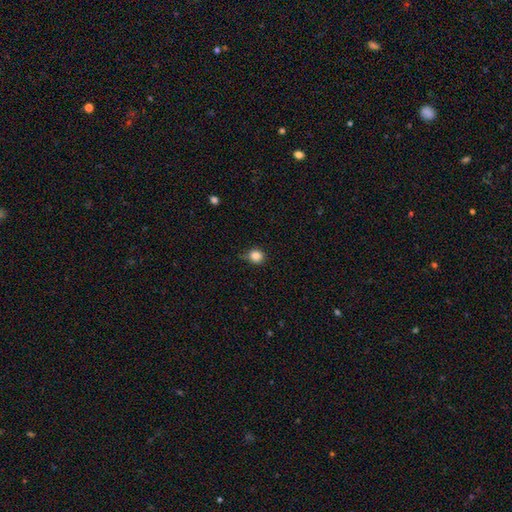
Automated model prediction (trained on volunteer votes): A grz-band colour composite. It shows a smooth galaxy with no disk features (84%) that is round (83%). Merging: none (67%).